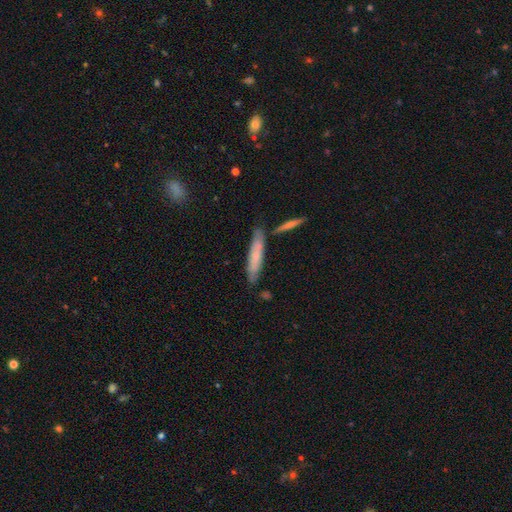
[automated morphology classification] Smooth or featured? Predicted: smooth (p=0.60). How rounded? Predicted: cigar-shaped (p=0.85). Merging? Predicted: none (p=0.72).